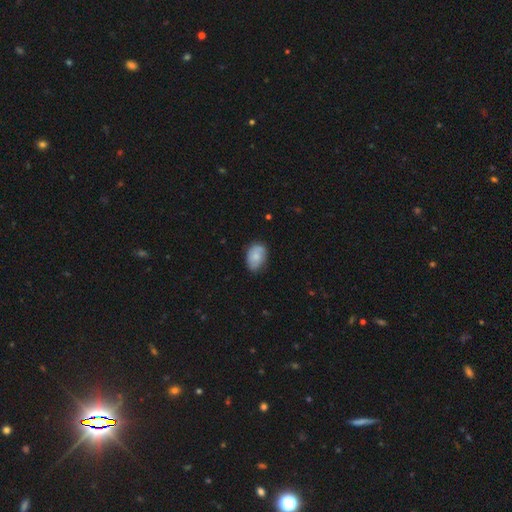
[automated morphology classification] Smooth or featured? smooth (76%)
How rounded? in between (86%)
Merging? none (73%)